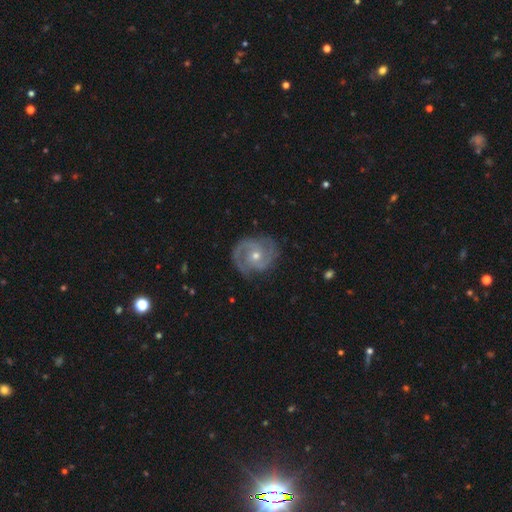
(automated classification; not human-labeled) smooth_or_featured: featured or disk (p=0.87) [alt: smooth p=0.08]
disk_edge_on: no (p=0.98) [alt: yes p=0.02]
bar: no (p=0.68) [alt: weak p=0.25]
has_spiral_arms: yes (p=0.96) [alt: no p=0.04]
spiral_winding: tight (p=0.51) [alt: medium p=0.40]
spiral_arm_count: 2 (p=0.66) [alt: 3 p=0.14]
bulge_size: small (p=0.49) [alt: moderate p=0.48]
merging: none (p=0.78) [alt: minor disturbance p=0.16]